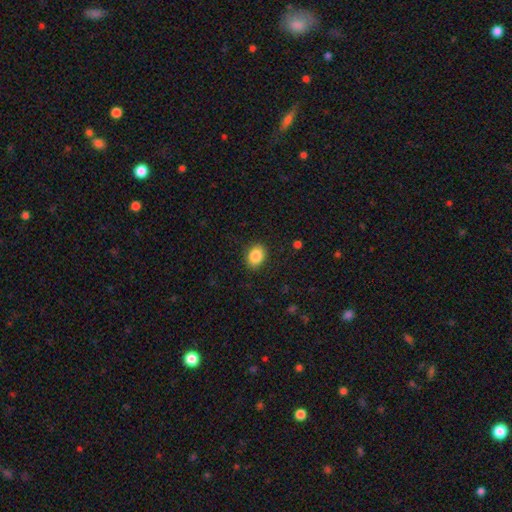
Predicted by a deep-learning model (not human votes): A smooth galaxy with no disk features (87%) that is in between round and cigar-shaped (63%).

Vote fractions:
- Smooth or featured? smooth: 87% / star or artifact: 8% / featured or disk: 4%
- How rounded? in between: 63% / round: 36% / cigar-shaped: 1%
- Merging? none: 88% / minor disturbance: 9% / major disturbance: 3% / merger: 1%